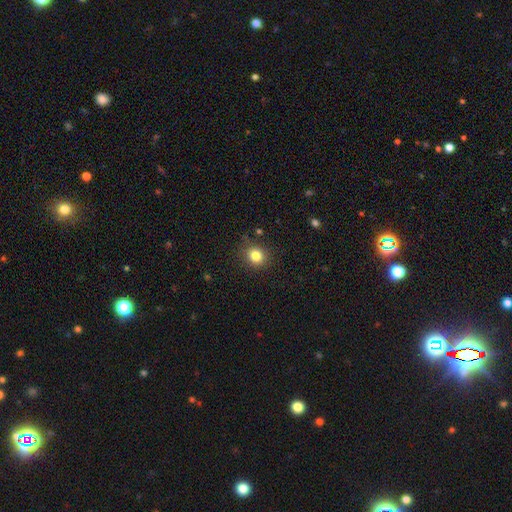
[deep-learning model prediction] Smooth or featured? Predicted: smooth (p=0.83). How rounded? Predicted: round (p=0.77). Merging? Predicted: none (p=0.86).